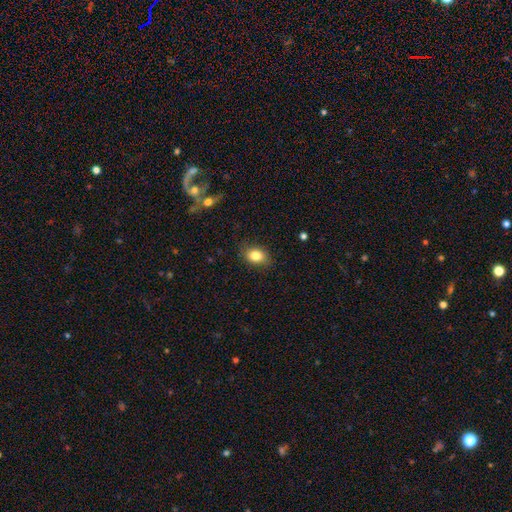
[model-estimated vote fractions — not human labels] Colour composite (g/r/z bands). It shows a smooth galaxy with no disk features (83%) that is in between round and cigar-shaped (70%). Merging: none (84%).